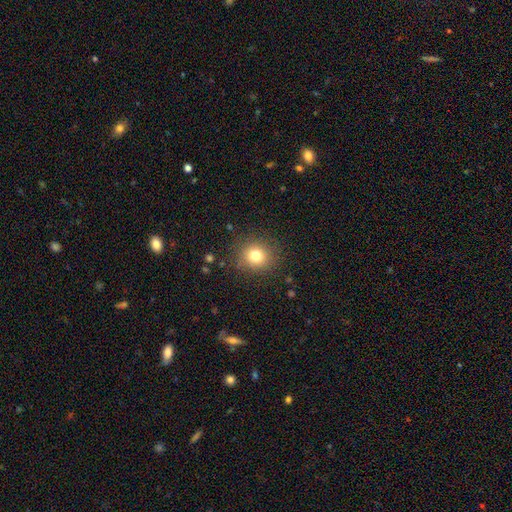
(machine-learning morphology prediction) Smooth or featured? Predicted: smooth (p=0.78). How rounded? Predicted: round (p=0.86). Merging? Predicted: none (p=0.87).